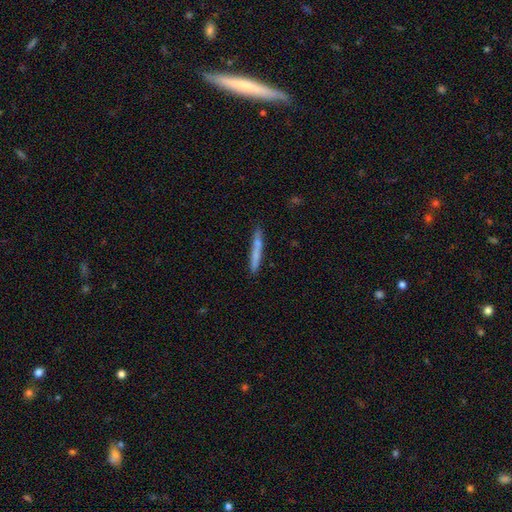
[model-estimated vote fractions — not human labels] smooth-or-featured: smooth: 70% | featured or disk: 24% | star or artifact: 6%
  how-rounded: cigar-shaped: 95% | in between: 3% | round: 1%
  merging: none: 81% | minor disturbance: 13% | merger: 3% | major disturbance: 2%